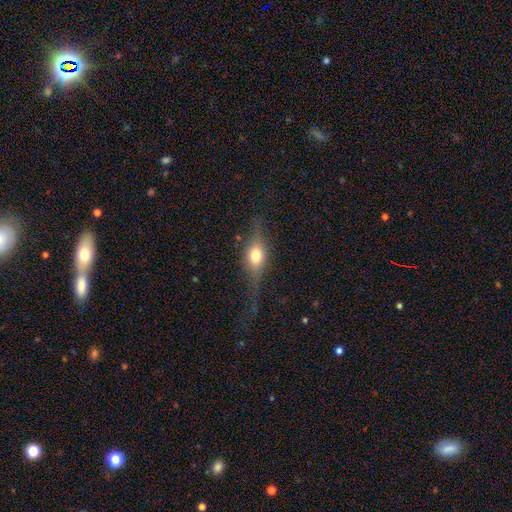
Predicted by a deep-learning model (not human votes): This appears to be a smooth galaxy with no disk features (46%). Merging: none (65%).